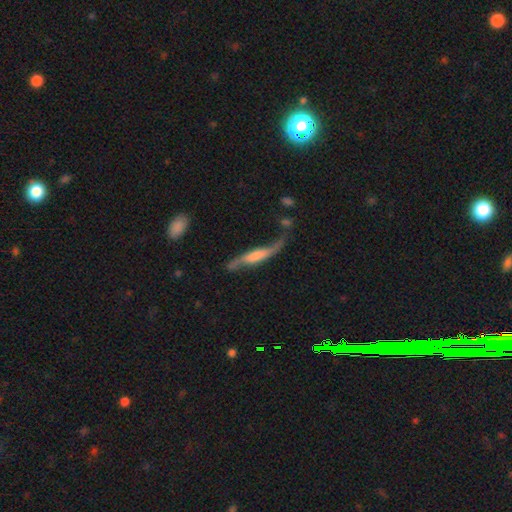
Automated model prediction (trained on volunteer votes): Smooth or featured? featured or disk (74%)
Edge-on disk? no (50%, tied with yes)
Merging? none (54%)